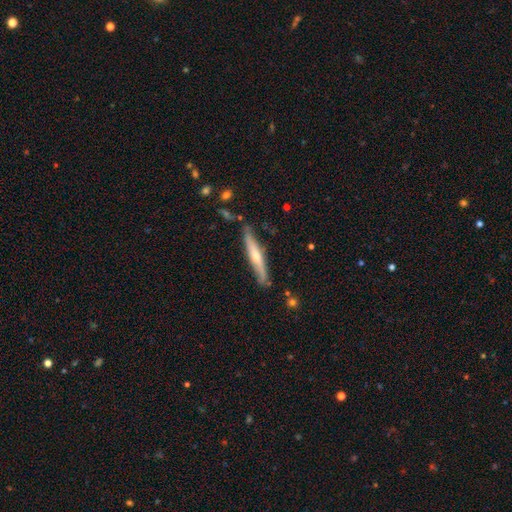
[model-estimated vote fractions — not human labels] Smooth or featured? featured or disk (55%)
Edge-on disk? yes (91%)
Merging? none (79%)